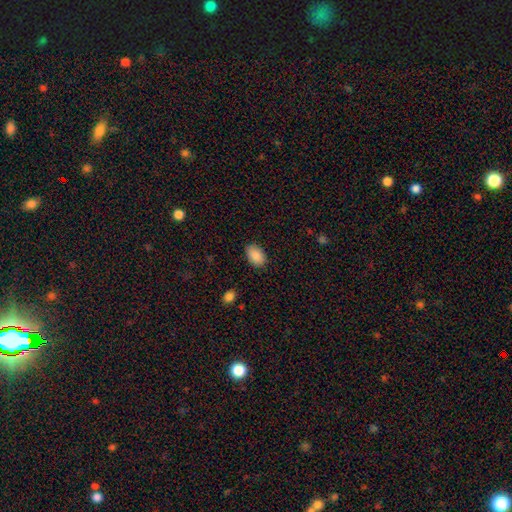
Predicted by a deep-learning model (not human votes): Morphology: type=smooth (88%); roundness=in between (89%); merging=none (85%).